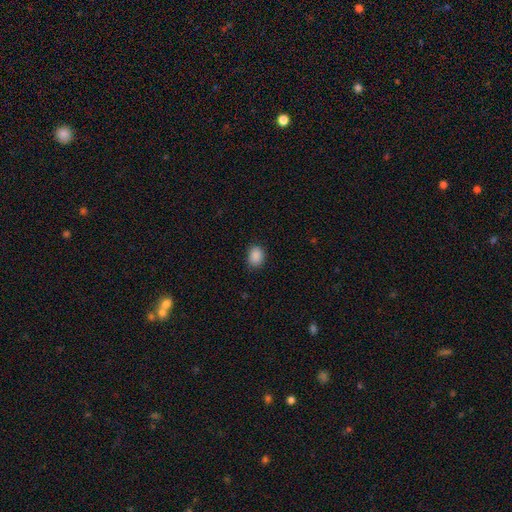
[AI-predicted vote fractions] Q: Smooth or featured?
A: smooth (89%); runner-up: star or artifact (9%)
Q: How rounded?
A: in between (62%); runner-up: round (37%)
Q: Merging?
A: none (83%); runner-up: minor disturbance (13%)